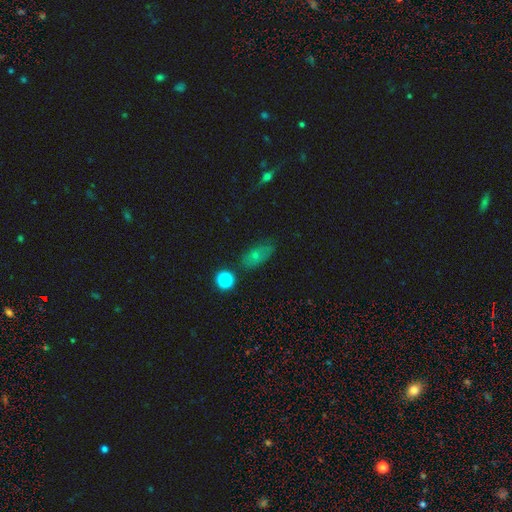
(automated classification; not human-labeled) Smooth or featured: smooth — 65% (featured or disk — 19%)
How rounded: in between — 82% (round — 12%)
Merging: none — 68% (minor disturbance — 21%)